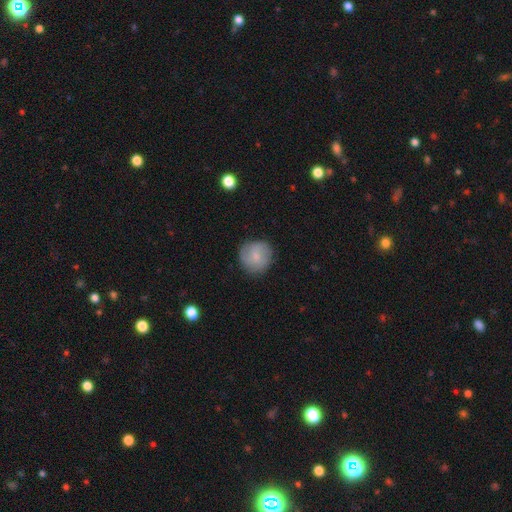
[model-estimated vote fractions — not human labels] A smooth galaxy with no disk features (67%) that is round (91%).

Vote fractions:
- Smooth or featured? smooth: 67% / featured or disk: 27% / star or artifact: 7%
- How rounded? round: 91% / in between: 8% / cigar-shaped: 1%
- Merging? none: 81% / minor disturbance: 14% / major disturbance: 4% / merger: 1%